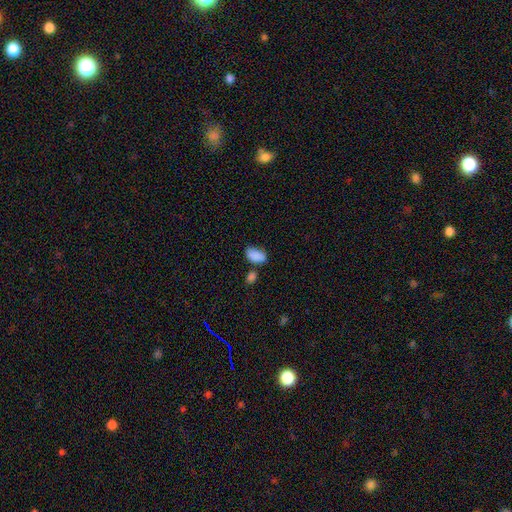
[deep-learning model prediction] smooth 87%, star or artifact 8%, featured or disk 5%. Down the decision tree: how rounded — in between (93%); merging — none (57%).